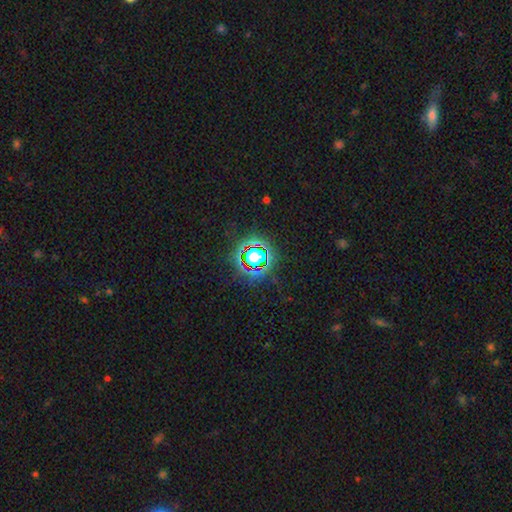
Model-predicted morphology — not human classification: Smooth or featured: star or artifact — 70% (smooth — 20%)